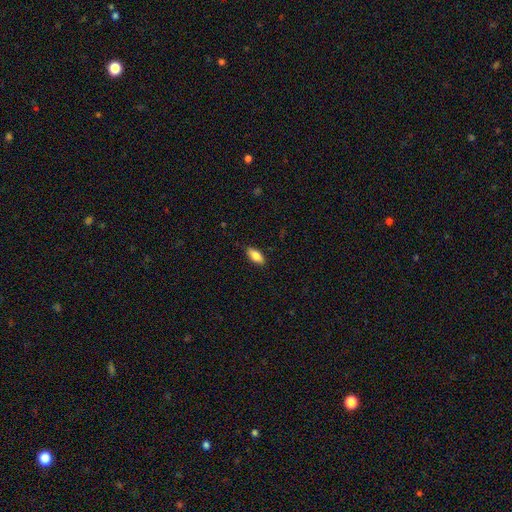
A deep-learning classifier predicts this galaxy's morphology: type=smooth (80%); roundness=in between (86%); merging=none (86%).